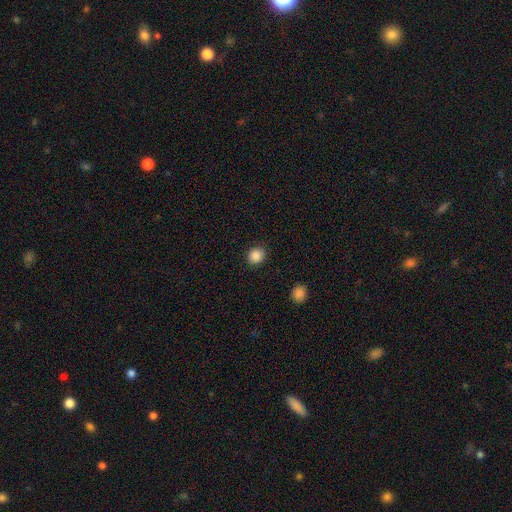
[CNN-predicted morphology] type=smooth (87%); roundness=round (82%); merging=none (89%).